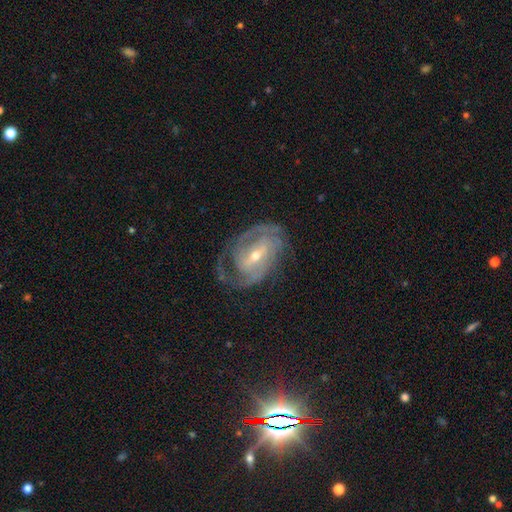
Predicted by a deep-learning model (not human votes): Overall: featured or disk (89%). Edge-on disk: no (96%). Bar: weak (43%; strong 37%). Spiral arms: yes (96%). Spiral arm count: 2 (53%; 3 17%). Spiral winding: tight (53%; medium 37%). Bulge size: small (50%; moderate 47%). Merging: none (64%).